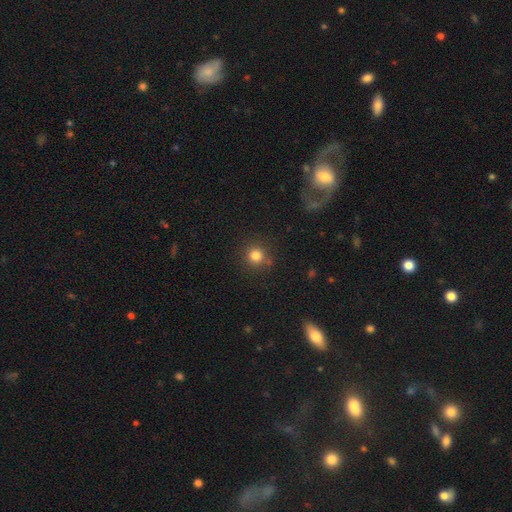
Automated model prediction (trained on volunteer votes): A smooth galaxy with no disk features (81%) that is round (92%).

Vote fractions:
- Smooth or featured? smooth: 81% / star or artifact: 13% / featured or disk: 6%
- How rounded? round: 92% / in between: 7% / cigar-shaped: 1%
- Merging? none: 83% / minor disturbance: 9% / merger: 5% / major disturbance: 3%